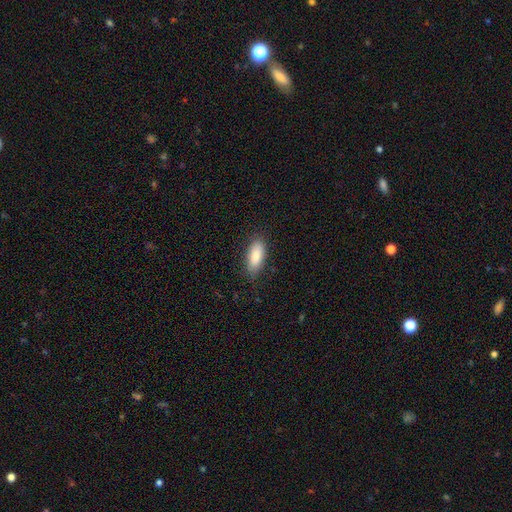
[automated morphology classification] Smooth or featured? Predicted: smooth (p=0.81). How rounded? Predicted: in between (p=0.81). Merging? Predicted: none (p=0.86).